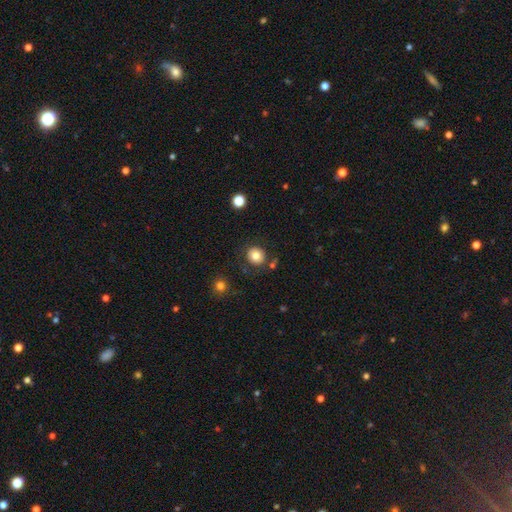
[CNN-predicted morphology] smooth 80%, star or artifact 10%, featured or disk 10%. Down the decision tree: how rounded — round (80%); merging — none (82%).